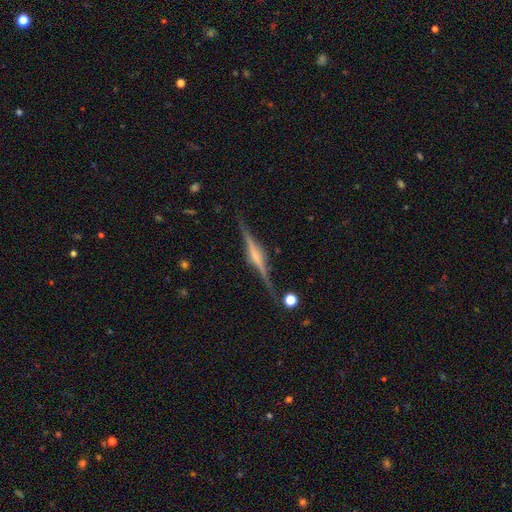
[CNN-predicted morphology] smooth-or-featured: featured or disk: 85% | smooth: 9% | star or artifact: 6%
  disk-edge-on: yes: 98% | no: 2%
    edge-on-bulge: rounded: 67% | boxy: 25% | none: 8%
  merging: none: 86% | minor disturbance: 10% | major disturbance: 2% | merger: 2%